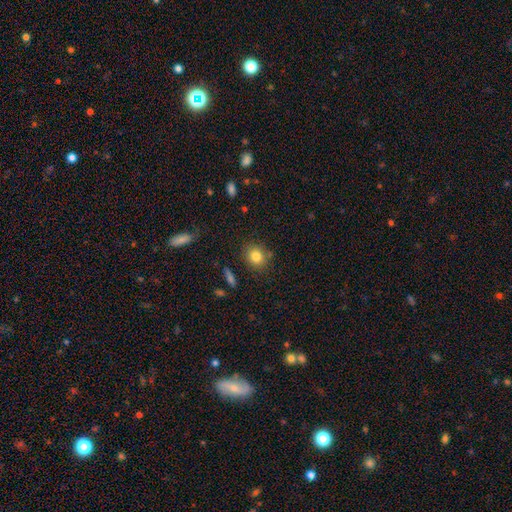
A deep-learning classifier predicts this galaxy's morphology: smooth-or-featured: smooth: 82% | star or artifact: 10% | featured or disk: 8%
  how-rounded: round: 74% | in between: 24% | cigar-shaped: 1%
  merging: none: 82% | minor disturbance: 11% | merger: 4% | major disturbance: 3%